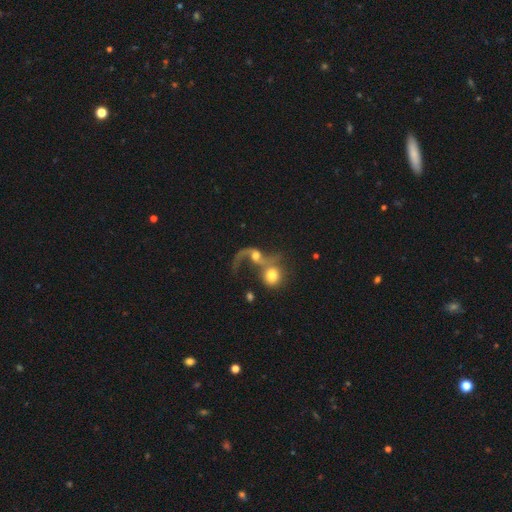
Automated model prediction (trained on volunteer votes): Morphology: type=featured or disk (64%); edge-on=no (95%); bar=no (64%); spiral arms=yes (81%); bulge=moderate (53%); merging=merger (64%).